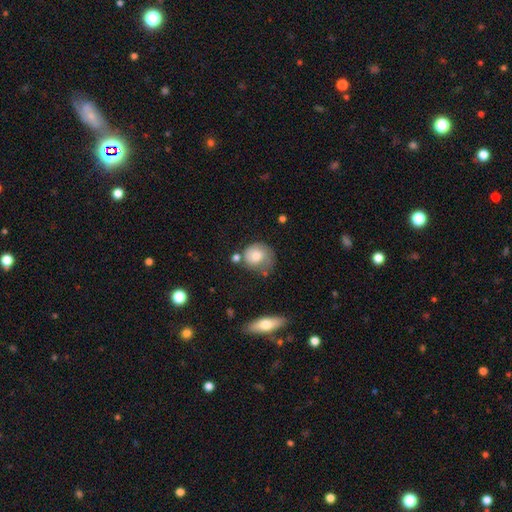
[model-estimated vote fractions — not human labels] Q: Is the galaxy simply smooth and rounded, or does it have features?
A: smooth — 57%.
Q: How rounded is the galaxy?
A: round — 76%.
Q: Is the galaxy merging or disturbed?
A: none — 49%.